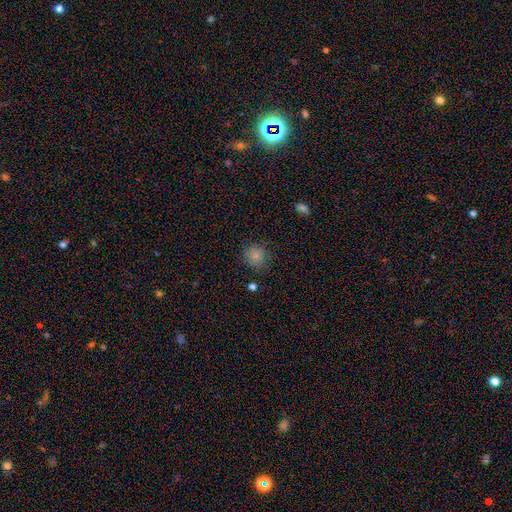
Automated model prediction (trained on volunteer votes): Overall: smooth (83%). How rounded: round (88%). Merging: none (81%).